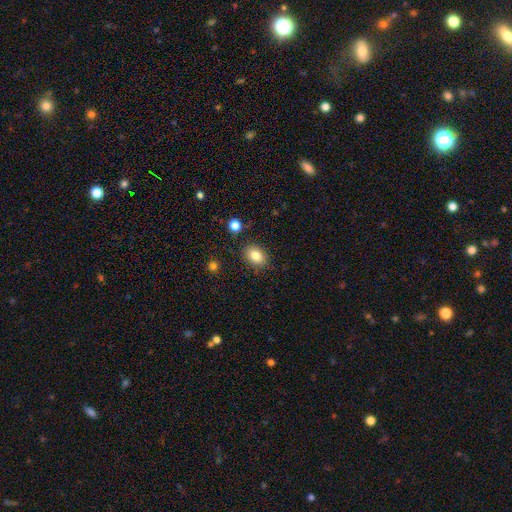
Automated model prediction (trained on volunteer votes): Smooth or featured?
  - smooth: 82% *
  - star or artifact: 10%
  - featured or disk: 8%
How rounded?
  - in between: 72% *
  - round: 27%
  - cigar-shaped: 1%
Merging?
  - none: 85% *
  - minor disturbance: 10%
  - major disturbance: 3%
  - merger: 2%